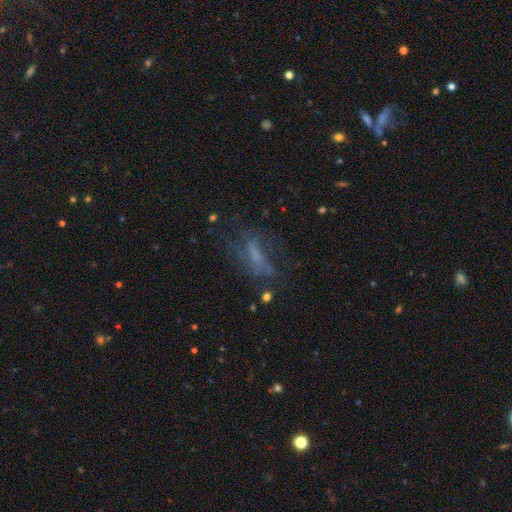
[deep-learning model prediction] Smooth or featured? featured or disk (41%)
Merging? none (49%)